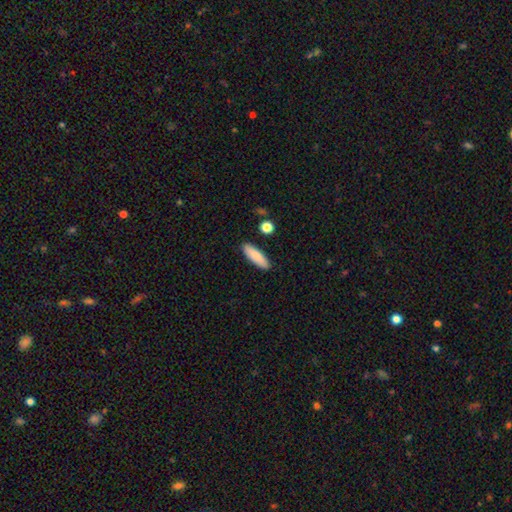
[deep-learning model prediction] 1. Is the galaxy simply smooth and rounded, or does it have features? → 84% smooth, 10% featured or disk, 6% star or artifact.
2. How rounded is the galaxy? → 50% in between, 48% cigar-shaped, 2% round.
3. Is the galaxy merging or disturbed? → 88% none, 8% minor disturbance, 2% merger, 2% major disturbance.